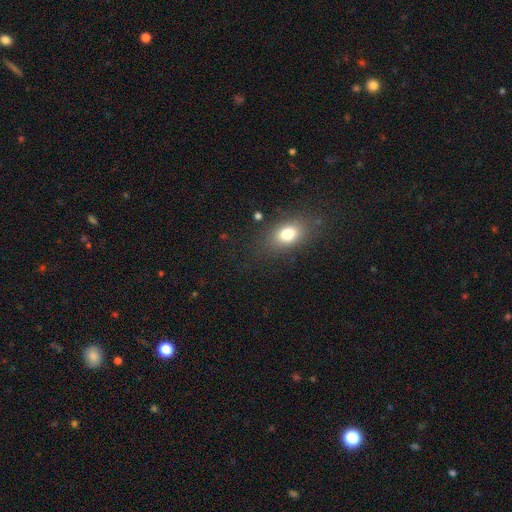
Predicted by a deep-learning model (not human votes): The model was most divided on "how rounded": in between: 70%, round: 26%, cigar-shaped: 4%. More confident: merging — none (86%); smooth or featured — smooth (70%).